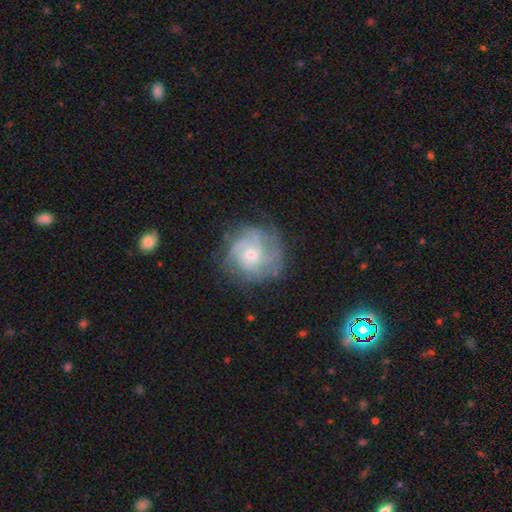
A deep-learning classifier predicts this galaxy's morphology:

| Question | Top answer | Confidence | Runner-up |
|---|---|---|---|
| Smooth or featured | featured or disk | 72% | smooth (20%) |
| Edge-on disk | no | 98% | yes (2%) |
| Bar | no | 72% | weak (25%) |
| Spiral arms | yes | 87% | no (13%) |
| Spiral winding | tight | 51% | medium (35%) |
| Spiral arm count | can't tell | 40% | 3 (21%) |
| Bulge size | small | 57% | moderate (38%) |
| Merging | none | 68% | minor disturbance (19%) |